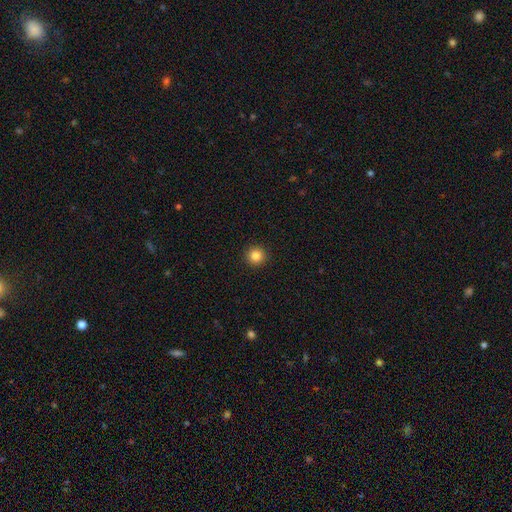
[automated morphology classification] This is clearly a smooth galaxy (84%). How rounded: clearly round (95%). Merging: clearly none (93%).